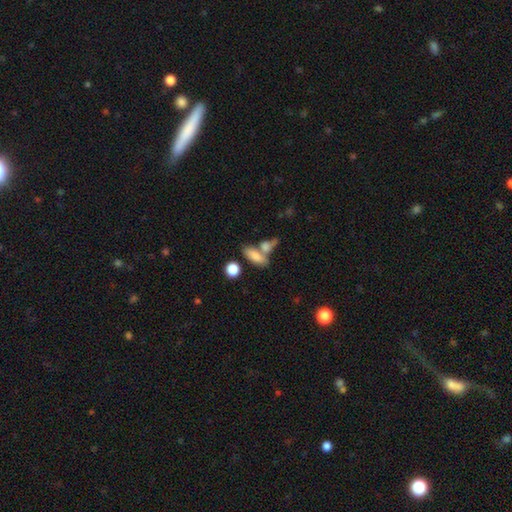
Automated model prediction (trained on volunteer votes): Smooth or featured? smooth (78%)
How rounded? in between (79%)
Merging? merger (43%)